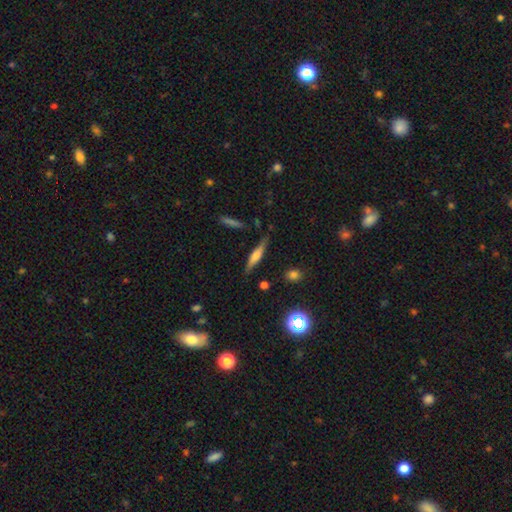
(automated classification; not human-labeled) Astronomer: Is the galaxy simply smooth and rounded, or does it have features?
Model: featured or disk — 47% (runner-up: smooth, 44%).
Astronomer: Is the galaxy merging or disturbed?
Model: none — 79%.